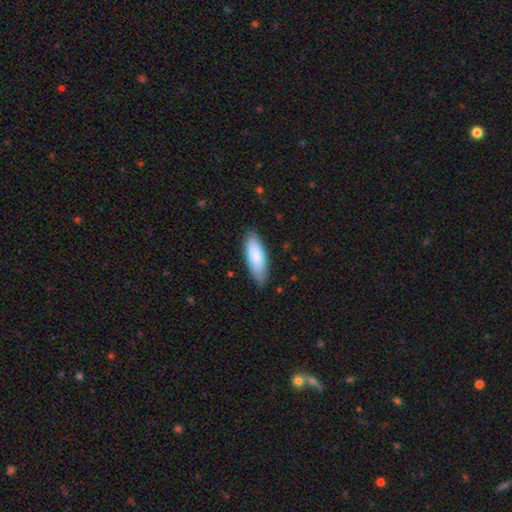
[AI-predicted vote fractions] Smooth or featured: smooth — 84% (featured or disk — 11%)
How rounded: in between — 66% (cigar-shaped — 32%)
Merging: none — 82% (minor disturbance — 15%)